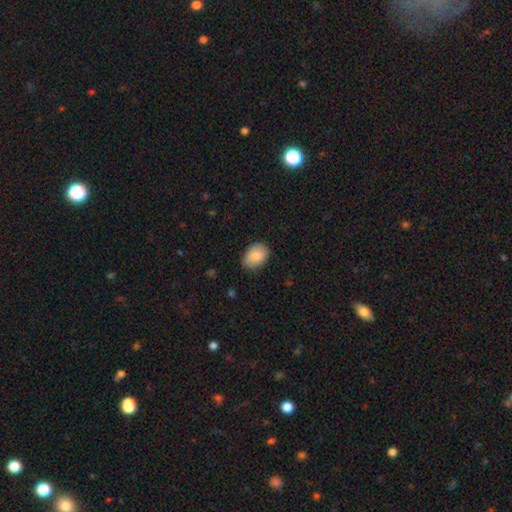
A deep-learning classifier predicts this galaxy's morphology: The model was most divided on "how rounded": in between: 81%, round: 18%, cigar-shaped: 1%. More confident: smooth or featured — smooth (86%); merging — none (81%).